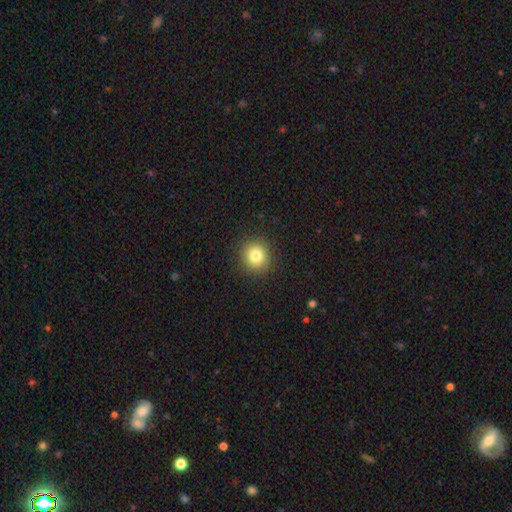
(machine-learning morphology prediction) Smooth or featured: smooth — 81% (star or artifact — 11%)
How rounded: round — 89% (in between — 10%)
Merging: none — 91% (minor disturbance — 6%)